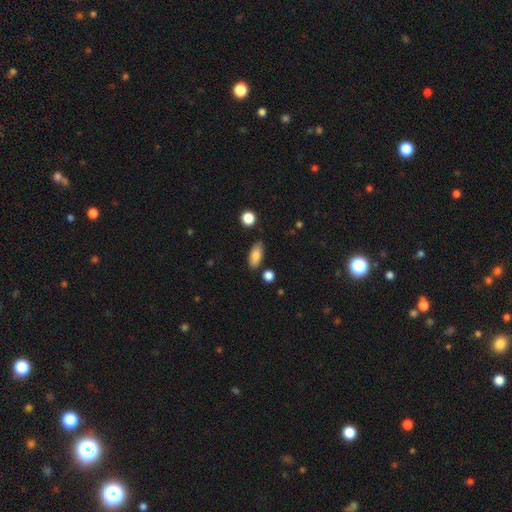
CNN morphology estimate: The model was most divided on "merging": none: 79%, minor disturbance: 14%, merger: 4%, major disturbance: 3%. More confident: how rounded — in between (83%); smooth or featured — smooth (82%).